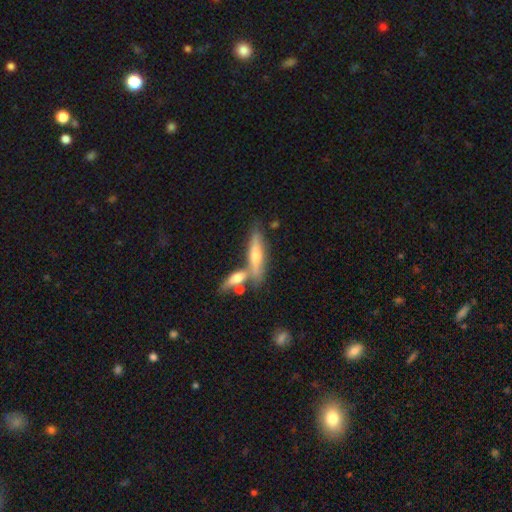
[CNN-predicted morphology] Q: Smooth or featured?
A: featured or disk (39%); runner-up: smooth (38%)
Q: Merging?
A: none (44%); runner-up: merger (35%)